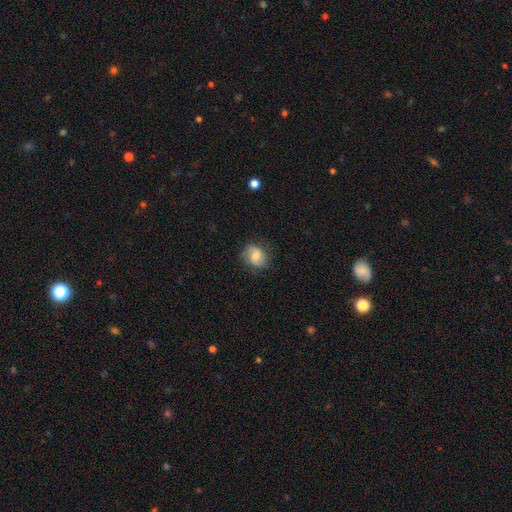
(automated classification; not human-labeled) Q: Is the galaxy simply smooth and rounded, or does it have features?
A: smooth — 54%.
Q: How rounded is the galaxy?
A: round — 55%.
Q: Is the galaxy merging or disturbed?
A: none — 70%.